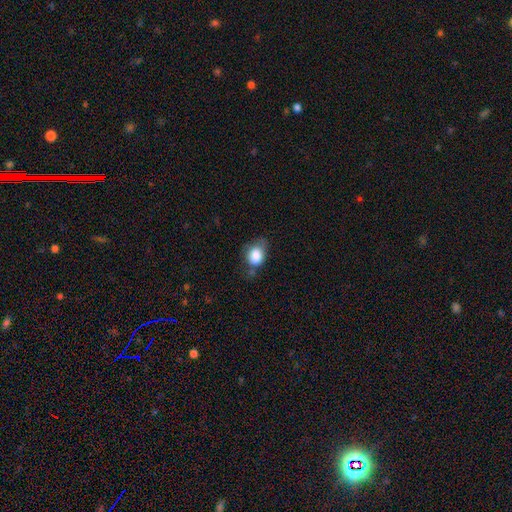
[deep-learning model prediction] Morphology: type=smooth (83%); roundness=in between (62%); merging=none (41%).